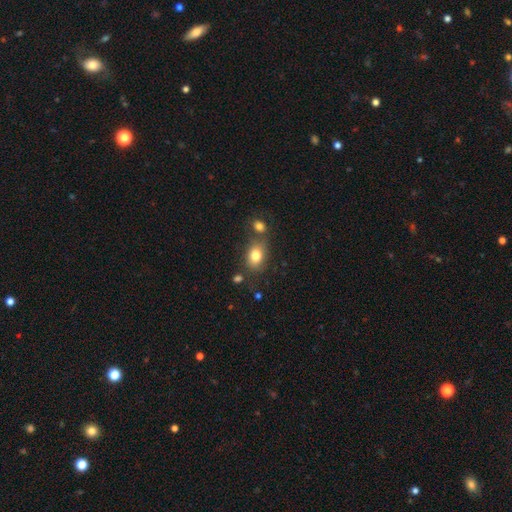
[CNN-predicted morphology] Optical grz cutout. It shows a smooth galaxy with no disk features (80%) that is in between round and cigar-shaped (71%). Merging: none (64%).